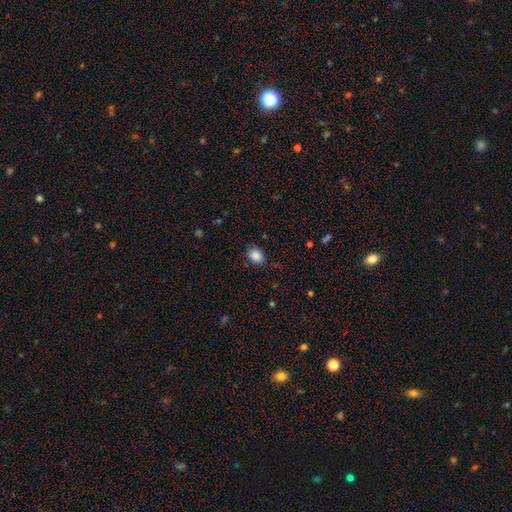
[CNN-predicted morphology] A smooth galaxy with no disk features (87%) that is in between round and cigar-shaped (61%).

Vote fractions:
- Smooth or featured? smooth: 87% / star or artifact: 9% / featured or disk: 4%
- How rounded? in between: 61% / round: 38% / cigar-shaped: 1%
- Merging? none: 83% / minor disturbance: 12% / major disturbance: 3% / merger: 1%